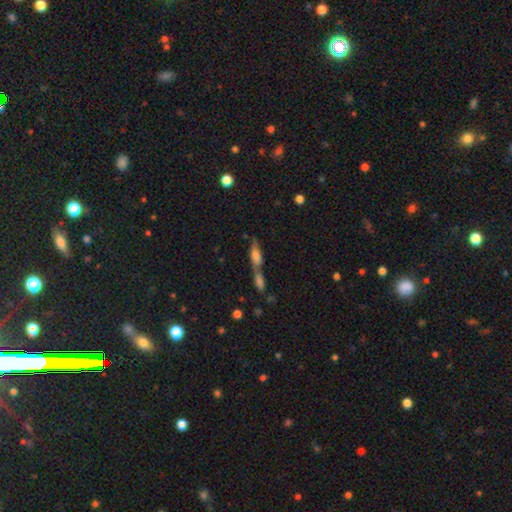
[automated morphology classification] Smooth or featured: smooth — 51% (featured or disk — 36%)
How rounded: cigar-shaped — 48% (in between — 47%)
Merging: merger — 60% (none — 28%)